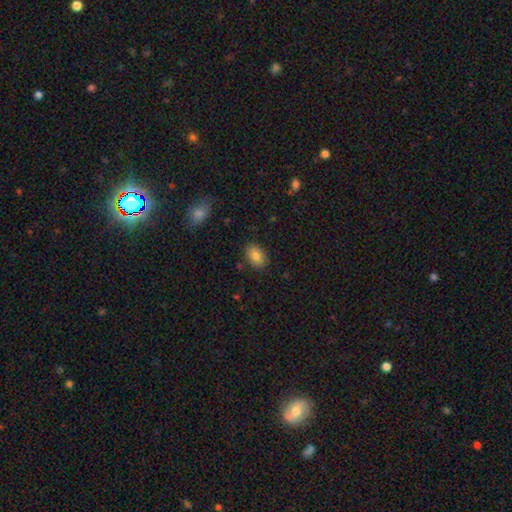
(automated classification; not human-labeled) A smooth galaxy with no disk features (84%) that is in between round and cigar-shaped (86%).

Vote fractions:
- Smooth or featured? smooth: 84% / featured or disk: 9% / star or artifact: 8%
- How rounded? in between: 86% / round: 13% / cigar-shaped: 1%
- Merging? none: 86% / minor disturbance: 10% / major disturbance: 2% / merger: 2%